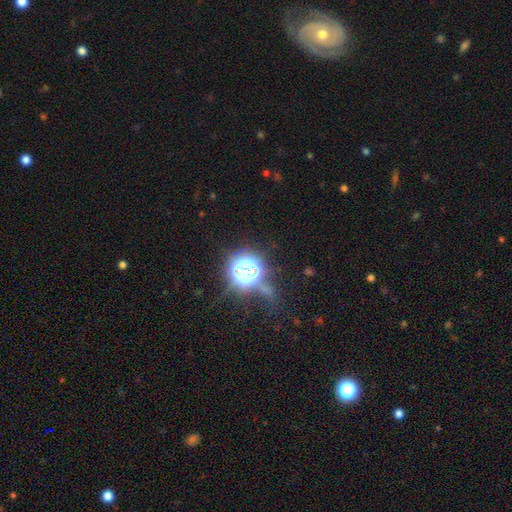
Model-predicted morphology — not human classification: type=star or artifact (80%).